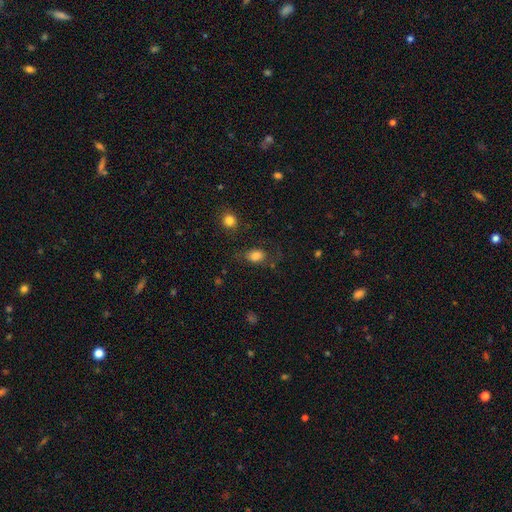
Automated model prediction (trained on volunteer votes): Smooth or featured?
  - smooth: 82% *
  - star or artifact: 10%
  - featured or disk: 8%
How rounded?
  - in between: 73% *
  - round: 25%
  - cigar-shaped: 2%
Merging?
  - none: 69% *
  - minor disturbance: 18%
  - major disturbance: 10%
  - merger: 3%